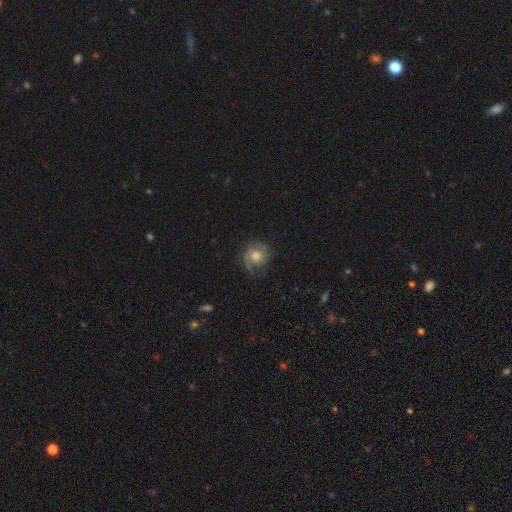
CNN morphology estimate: type=featured or disk (64%); edge-on=no (97%); bar=no (76%); spiral arms=yes (89%); winding=tight (44%); arm count=2 (44%); bulge=moderate (59%); merging=none (67%).